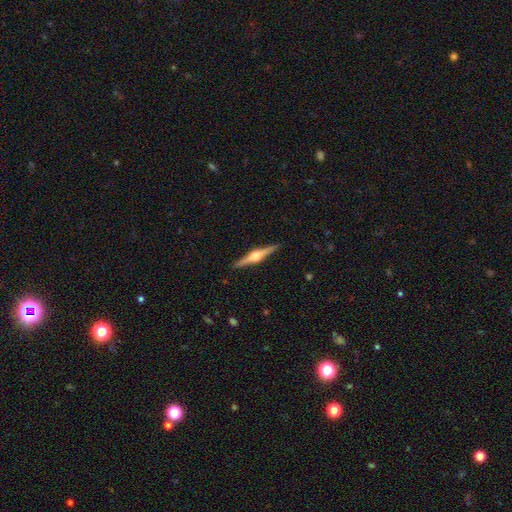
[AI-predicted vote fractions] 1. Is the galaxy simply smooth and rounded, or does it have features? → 81% featured or disk, 14% smooth, 5% star or artifact.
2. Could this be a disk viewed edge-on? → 98% yes, 2% no.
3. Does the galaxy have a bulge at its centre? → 94% rounded, 4% boxy, 2% none.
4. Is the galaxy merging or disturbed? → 92% none, 6% minor disturbance, 1% major disturbance, 1% merger.